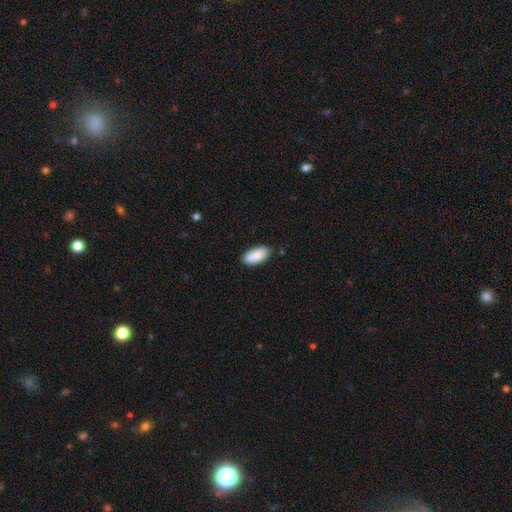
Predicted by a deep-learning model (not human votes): Smooth or featured? Predicted: smooth (p=0.86). How rounded? Predicted: in between (p=0.89). Merging? Predicted: none (p=0.85).